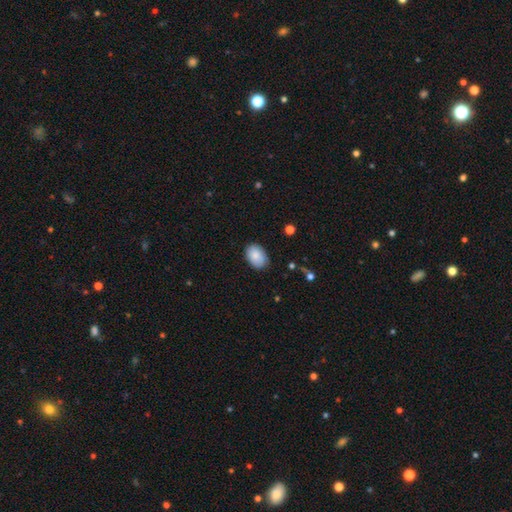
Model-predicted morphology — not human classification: A smooth galaxy with no disk features (86%) that is in between round and cigar-shaped (84%). Merging: none (82%).